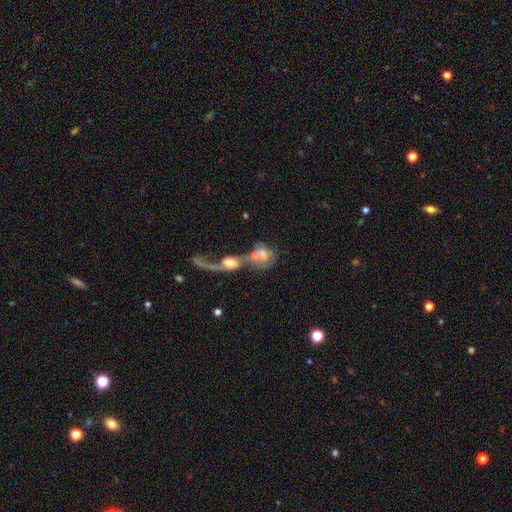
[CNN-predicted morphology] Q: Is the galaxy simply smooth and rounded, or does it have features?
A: featured or disk — 51%.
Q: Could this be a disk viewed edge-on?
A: no — 91%.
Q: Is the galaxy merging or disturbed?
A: merger — 74%.